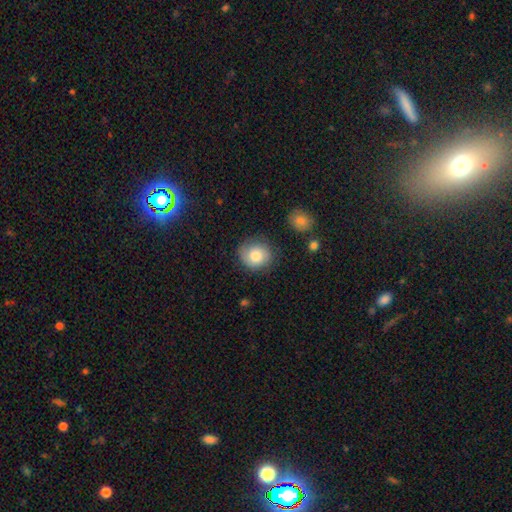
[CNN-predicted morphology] smooth-or-featured: smooth: 77% | featured or disk: 15% | star or artifact: 7%
  how-rounded: round: 83% | in between: 16% | cigar-shaped: 1%
  merging: none: 76% | minor disturbance: 17% | major disturbance: 5% | merger: 2%